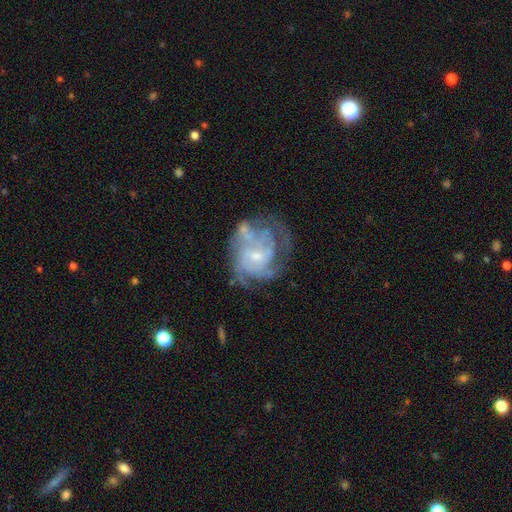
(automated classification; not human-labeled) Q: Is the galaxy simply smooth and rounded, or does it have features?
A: featured or disk — 78%.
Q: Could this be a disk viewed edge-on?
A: no — 98%.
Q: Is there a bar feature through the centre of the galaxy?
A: no — 69%.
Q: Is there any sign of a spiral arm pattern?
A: yes — 79%.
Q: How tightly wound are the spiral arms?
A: tight — 51%.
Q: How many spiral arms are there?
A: can't tell — 45%.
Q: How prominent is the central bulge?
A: small — 53%.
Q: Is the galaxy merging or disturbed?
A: none — 44%.